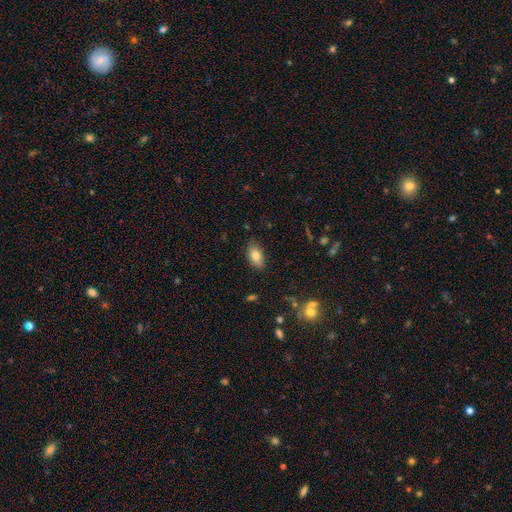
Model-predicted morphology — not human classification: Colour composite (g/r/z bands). It shows a smooth galaxy with no disk features (79%) that is in between round and cigar-shaped (91%). Merging: none (83%).